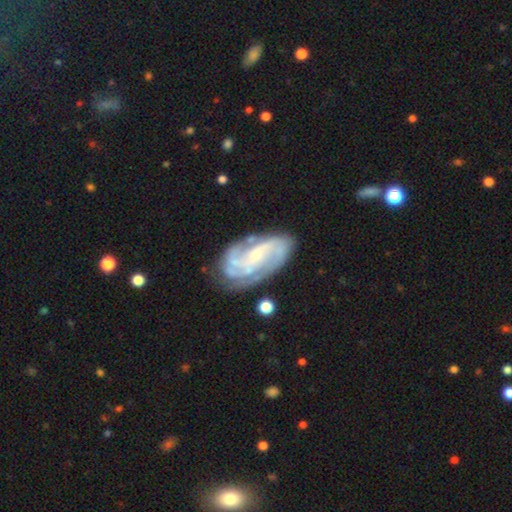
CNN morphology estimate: type=featured or disk (84%); edge-on=no (96%); bar=no (45%); spiral arms=yes (95%); winding=tight (45%); arm count=3 (31%); bulge=small (65%); merging=none (67%).